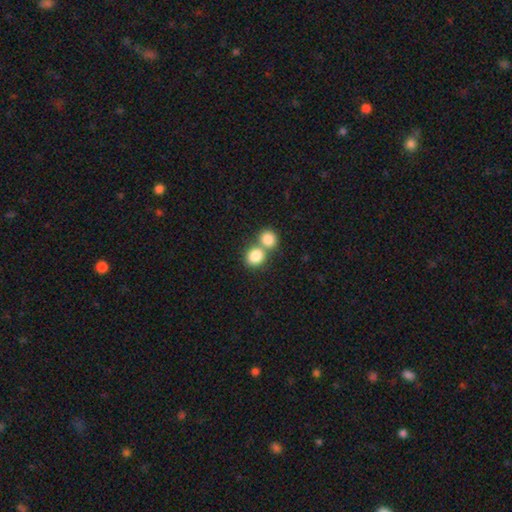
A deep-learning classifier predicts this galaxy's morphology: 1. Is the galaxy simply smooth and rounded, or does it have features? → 83% smooth, 9% star or artifact, 8% featured or disk.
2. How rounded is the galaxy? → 74% round, 25% in between, 1% cigar-shaped.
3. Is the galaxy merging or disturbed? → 52% merger, 40% none, 6% minor disturbance, 2% major disturbance.